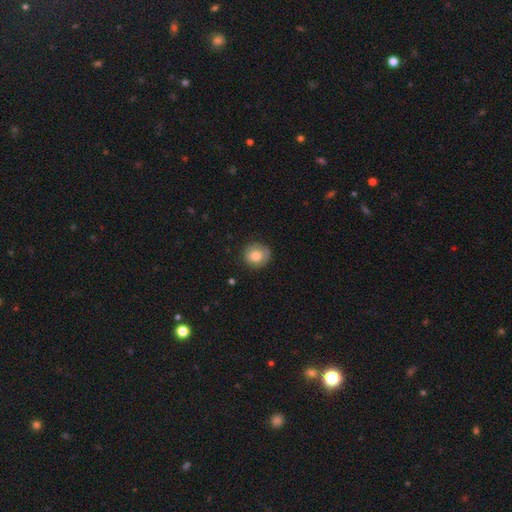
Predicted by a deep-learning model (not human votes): A smooth galaxy with no disk features (77%) that is round (87%). Merging: none (81%).